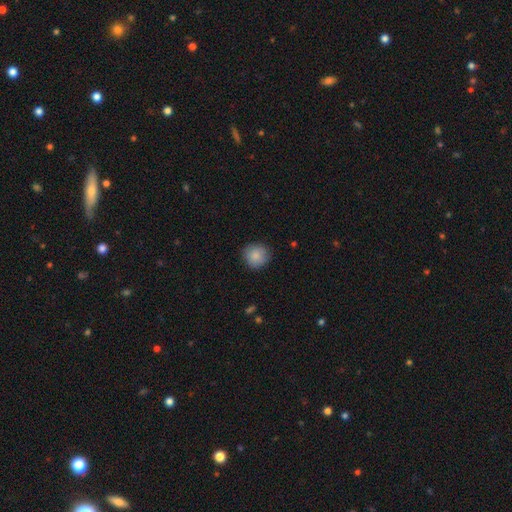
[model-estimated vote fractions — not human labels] The model was most divided on "merging": none: 87%, minor disturbance: 10%, major disturbance: 2%, merger: 1%. More confident: how rounded — round (91%); smooth or featured — smooth (88%).